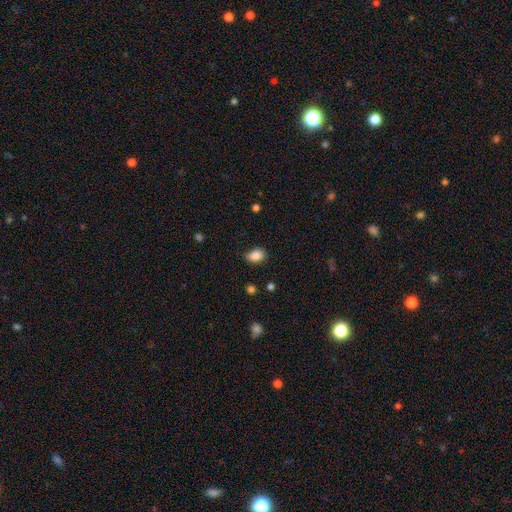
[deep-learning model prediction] smooth-or-featured: smooth: 87% | star or artifact: 9% | featured or disk: 4%
  how-rounded: in between: 74% | round: 24% | cigar-shaped: 1%
  merging: none: 75% | minor disturbance: 19% | major disturbance: 4% | merger: 1%